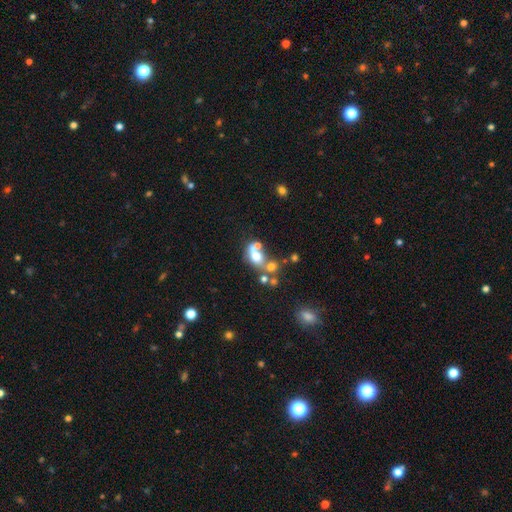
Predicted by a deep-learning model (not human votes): smooth 59%, featured or disk 27%, star or artifact 14%. Down the decision tree: how rounded — in between (53%); merging — merger (53%).